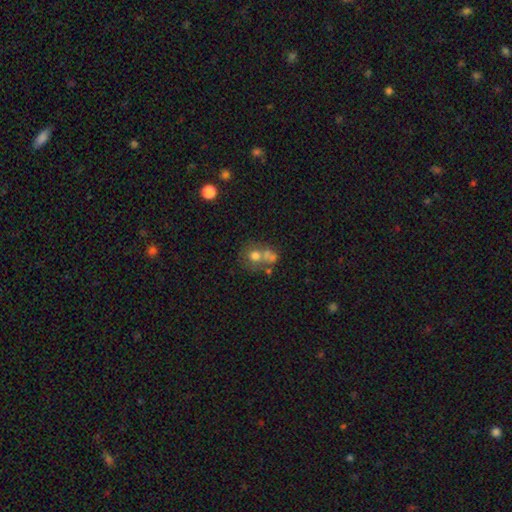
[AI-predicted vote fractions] Q: Smooth or featured?
A: smooth (61%); runner-up: featured or disk (25%)
Q: How rounded?
A: round (74%); runner-up: in between (25%)
Q: Merging?
A: merger (50%); runner-up: none (33%)